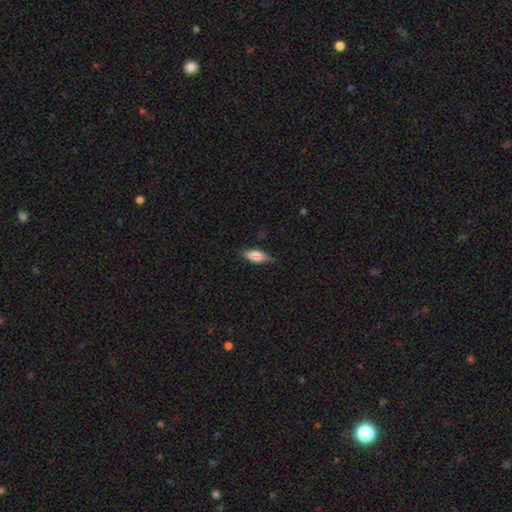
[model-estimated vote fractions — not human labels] The model was most divided on "how rounded": in between: 69%, cigar-shaped: 29%, round: 2%. More confident: smooth or featured — smooth (77%); merging — none (73%).